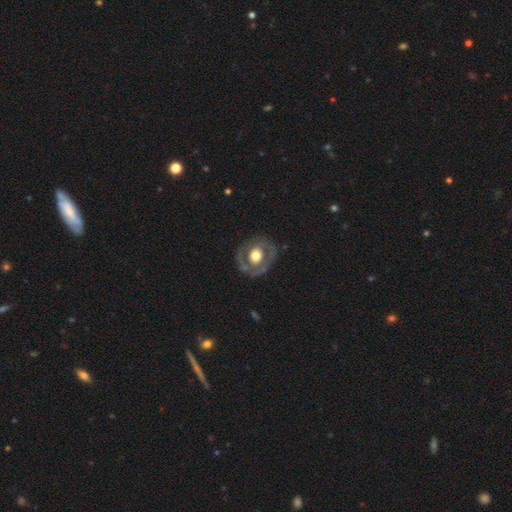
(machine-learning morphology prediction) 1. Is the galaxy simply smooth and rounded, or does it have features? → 57% featured or disk, 37% smooth, 6% star or artifact.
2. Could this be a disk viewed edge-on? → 95% no, 5% yes.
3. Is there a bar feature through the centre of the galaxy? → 82% no, 13% weak, 4% strong.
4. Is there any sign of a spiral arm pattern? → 77% no, 23% yes.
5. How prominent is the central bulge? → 46% moderate, 45% large, 4% dominant, 3% small, 1% none.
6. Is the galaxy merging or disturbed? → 77% none, 15% minor disturbance, 8% major disturbance, 1% merger.